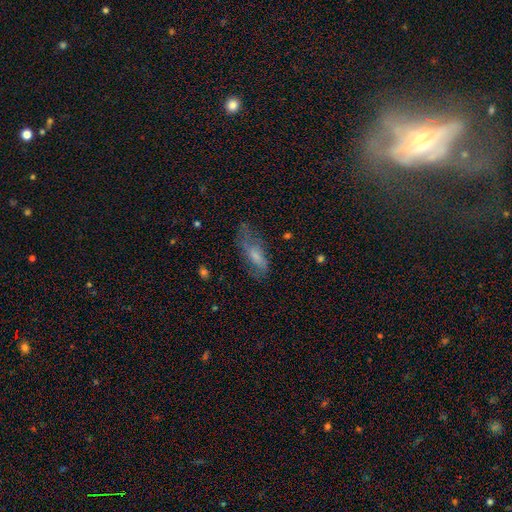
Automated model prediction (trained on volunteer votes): A smooth galaxy with no disk features (55%) that is in between round and cigar-shaped (70%).

Vote fractions:
- Smooth or featured? smooth: 55% / featured or disk: 35% / star or artifact: 10%
- How rounded? in between: 70% / cigar-shaped: 27% / round: 3%
- Merging? none: 46% / minor disturbance: 28% / major disturbance: 23% / merger: 2%